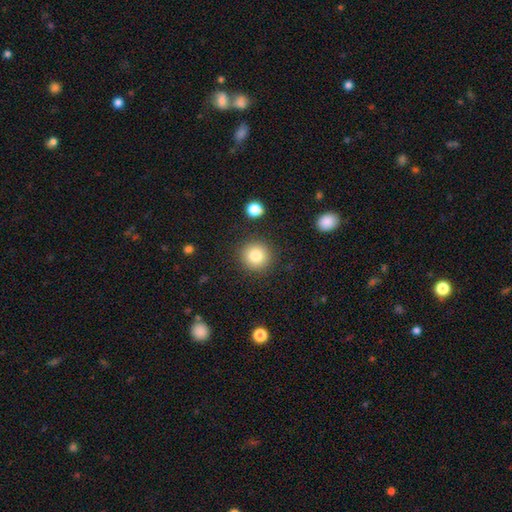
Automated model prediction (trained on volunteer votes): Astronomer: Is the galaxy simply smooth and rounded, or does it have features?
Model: smooth — 83%.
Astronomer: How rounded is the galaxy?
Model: round — 94%.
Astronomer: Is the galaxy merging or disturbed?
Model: none — 88%.